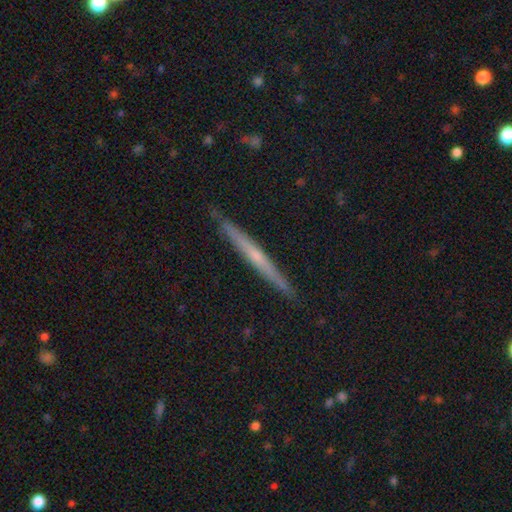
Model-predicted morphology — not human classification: Q: Smooth or featured?
A: featured or disk (66%); runner-up: smooth (27%)
Q: Edge-on disk?
A: yes (98%); runner-up: no (2%)
Q: Edge-on bulge?
A: none (52%); runner-up: rounded (43%)
Q: Merging?
A: none (91%); runner-up: minor disturbance (6%)